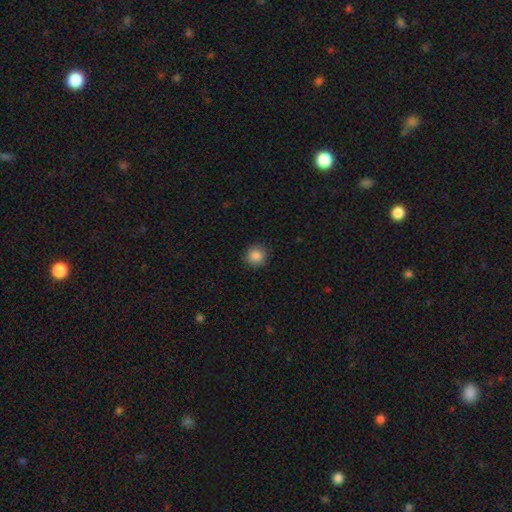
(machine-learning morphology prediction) Overall: smooth (86%). How rounded: round (90%). Merging: none (88%).